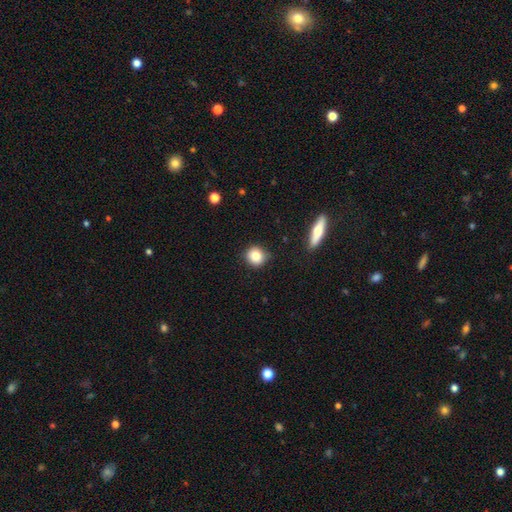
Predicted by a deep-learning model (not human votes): Smooth or featured? smooth (83%)
How rounded? round (86%)
Merging? none (85%)